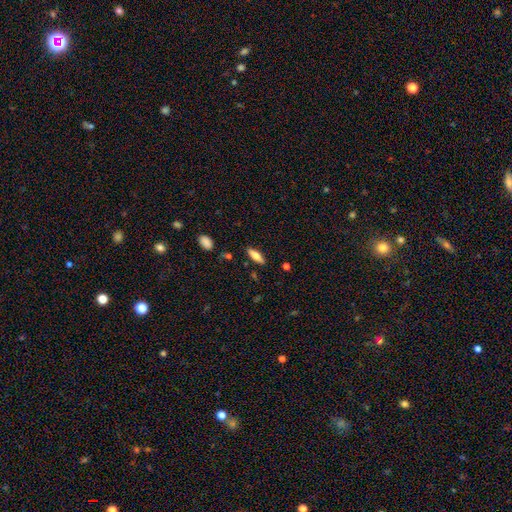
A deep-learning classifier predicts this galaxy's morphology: The model was most divided on "how rounded": in between: 53%, cigar-shaped: 45%, round: 2%. More confident: merging — none (86%); smooth or featured — smooth (72%).